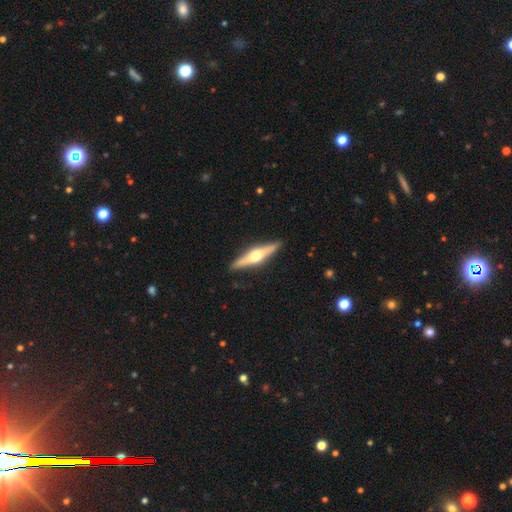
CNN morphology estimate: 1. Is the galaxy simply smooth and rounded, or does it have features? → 69% featured or disk, 25% smooth, 5% star or artifact.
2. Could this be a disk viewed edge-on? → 97% yes, 3% no.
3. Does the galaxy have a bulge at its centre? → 93% rounded, 5% boxy, 2% none.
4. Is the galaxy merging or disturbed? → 90% none, 8% minor disturbance, 2% major disturbance, 1% merger.